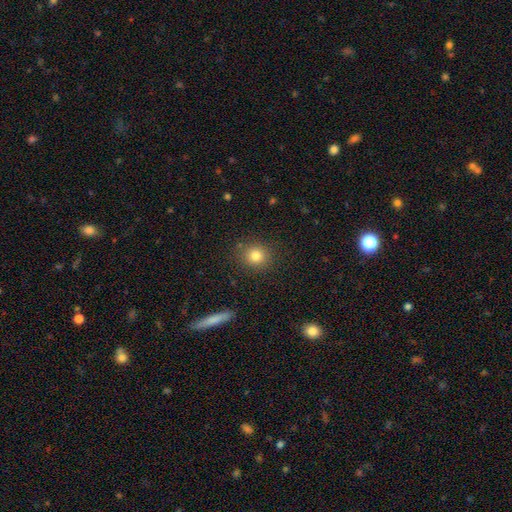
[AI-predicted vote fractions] Smooth or featured? smooth (81%)
How rounded? round (84%)
Merging? none (87%)